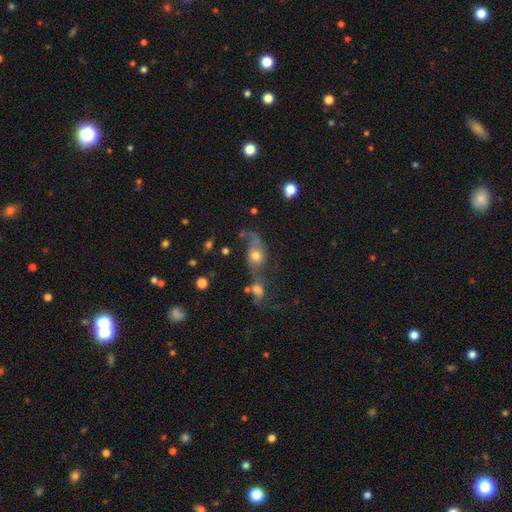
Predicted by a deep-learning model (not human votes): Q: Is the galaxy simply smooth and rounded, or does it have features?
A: smooth — 48%.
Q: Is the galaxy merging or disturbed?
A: merger — 37%.